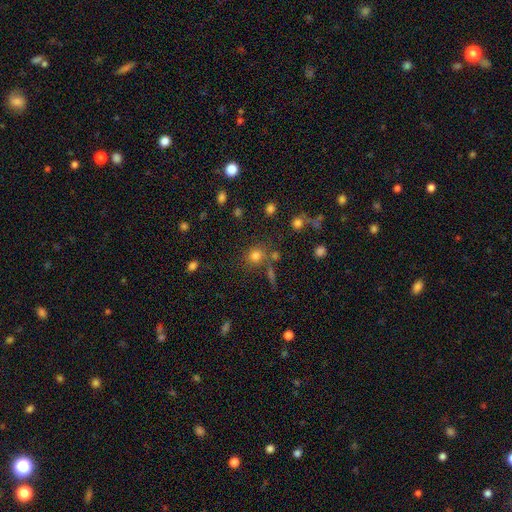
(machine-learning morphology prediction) smooth_or_featured: smooth (p=0.75) [alt: star or artifact p=0.16]
how_rounded: round (p=0.83) [alt: in between p=0.16]
merging: none (p=0.70) [alt: merger p=0.13]